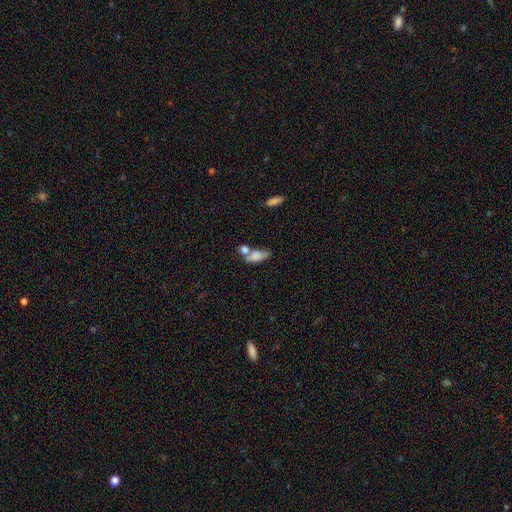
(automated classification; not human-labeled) The model was most divided on "merging": merger: 43%, none: 32%, minor disturbance: 15%, major disturbance: 10%. More confident: how rounded — in between (73%); smooth or featured — smooth (73%).